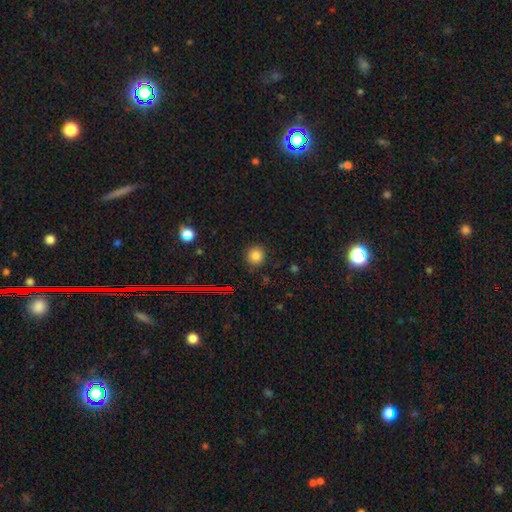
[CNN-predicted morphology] The model was most divided on "smooth or featured": smooth: 81%, star or artifact: 13%, featured or disk: 6%. More confident: how rounded — round (88%); merging — none (88%).